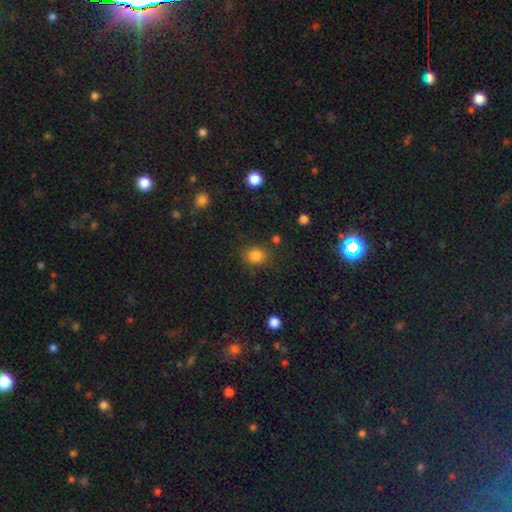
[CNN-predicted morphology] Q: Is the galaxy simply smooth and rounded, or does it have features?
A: smooth — 82%.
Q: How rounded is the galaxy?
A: round — 69%.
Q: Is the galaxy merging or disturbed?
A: none — 80%.